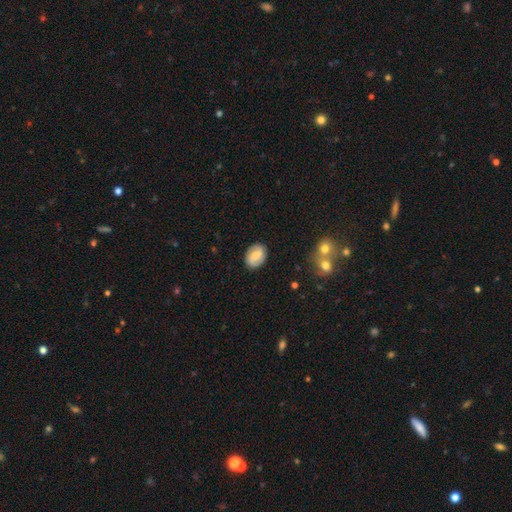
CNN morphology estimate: A featured or disk galaxy (47%).

Vote fractions:
- Smooth or featured? featured or disk: 47% / smooth: 46% / star or artifact: 7%
- Merging? none: 87% / minor disturbance: 10% / major disturbance: 2% / merger: 1%